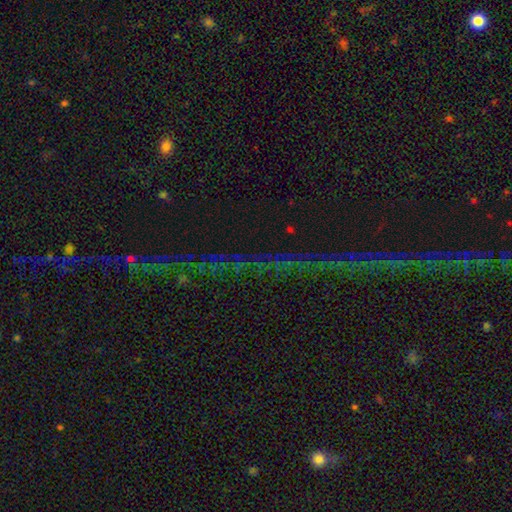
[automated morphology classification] This is likely a star or artifact rather than a galaxy (78%).